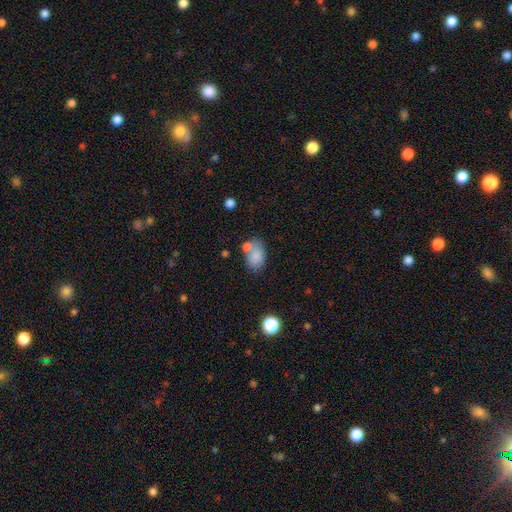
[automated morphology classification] smooth-or-featured: smooth: 82% | featured or disk: 9% | star or artifact: 9%
  how-rounded: in between: 82% | round: 16% | cigar-shaped: 1%
  merging: none: 49% | merger: 27% | minor disturbance: 18% | major disturbance: 7%